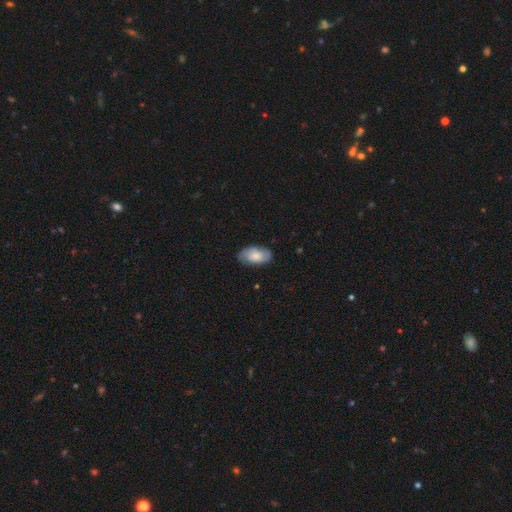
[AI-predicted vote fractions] The model was most divided on "smooth or featured": smooth: 50%, featured or disk: 43%, star or artifact: 7%. More confident: merging — none (79%).